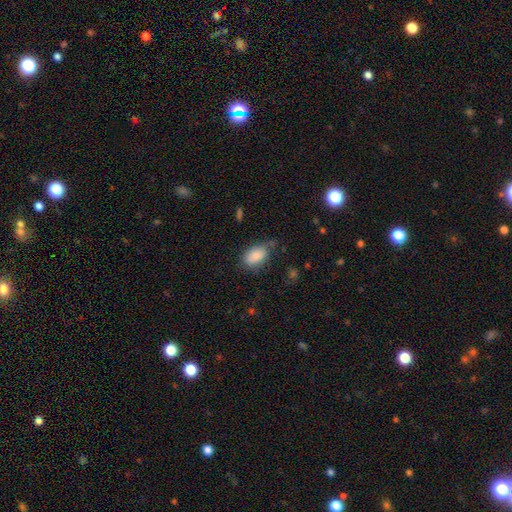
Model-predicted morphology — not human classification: smooth 86%, star or artifact 7%, featured or disk 7%. Down the decision tree: how rounded — in between (92%); merging — none (61%).